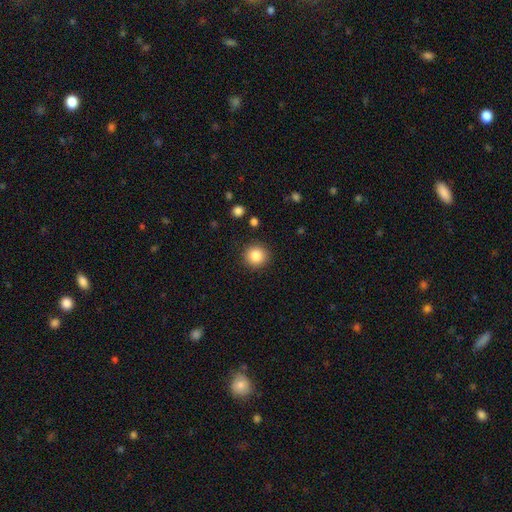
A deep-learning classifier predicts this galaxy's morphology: A smooth galaxy with no disk features (84%) that is round (92%).

Vote fractions:
- Smooth or featured? smooth: 84% / star or artifact: 10% / featured or disk: 6%
- How rounded? round: 92% / in between: 7% / cigar-shaped: 1%
- Merging? none: 90% / minor disturbance: 6% / major disturbance: 2% / merger: 1%